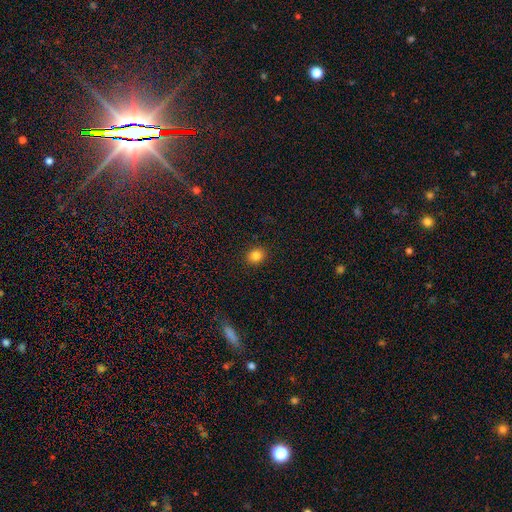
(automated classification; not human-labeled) Overall: smooth (84%). How rounded: round (76%). Merging: none (91%).